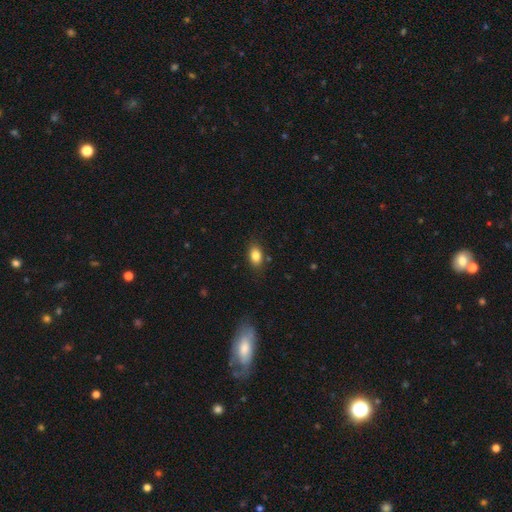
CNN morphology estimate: type=smooth (84%); roundness=in between (84%); merging=none (83%).